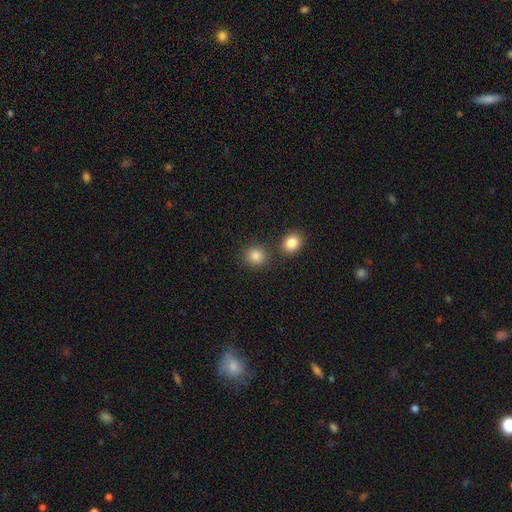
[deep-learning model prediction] Smooth or featured: smooth — 84% (star or artifact — 11%)
How rounded: round — 84% (in between — 15%)
Merging: none — 76% (merger — 13%)